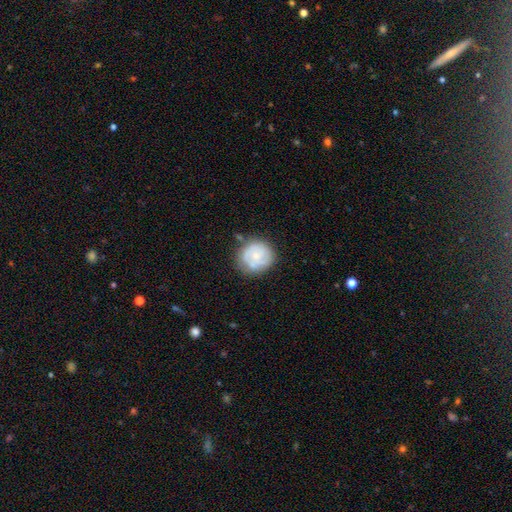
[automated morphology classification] Overall: featured or disk (47%; smooth 46%). Merging: none (68%).